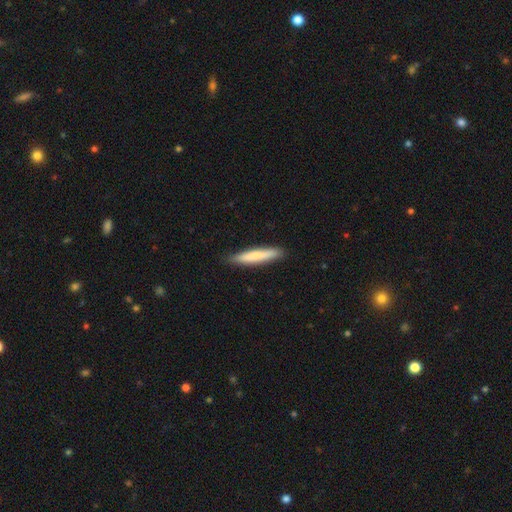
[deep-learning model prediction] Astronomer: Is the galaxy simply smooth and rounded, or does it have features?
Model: smooth — 77%.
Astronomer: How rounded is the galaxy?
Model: cigar-shaped — 91%.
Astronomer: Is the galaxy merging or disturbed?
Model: none — 88%.